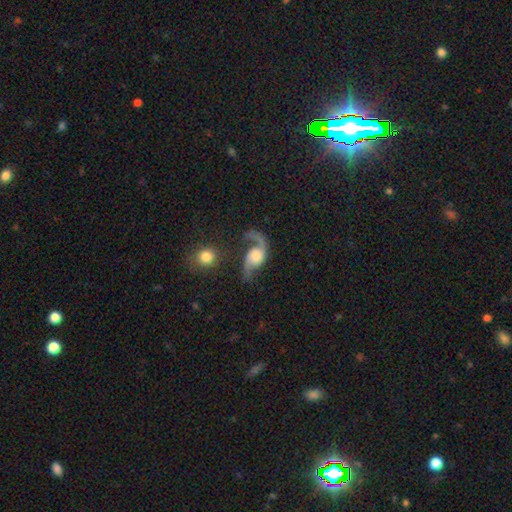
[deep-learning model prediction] A featured or disk galaxy (85%) with no bar (67%), 2 (80%) loose (76%) spiral arms (96%) and a moderate central bulge (35%, tied with large).

Vote fractions:
- Smooth or featured? featured or disk: 85% / smooth: 9% / star or artifact: 5%
- Edge-on disk? no: 97% / yes: 3%
- Bar? no: 67% / weak: 26% / strong: 6%
- Spiral arms? yes: 96% / no: 4%
- Spiral winding? loose: 76% / medium: 20% / tight: 4%
- Spiral arm count? 2: 80% / 1: 16% / can't tell: 2% / 3: 1% / 4: 1% / more than 4: 1%
- Bulge size? moderate: 35% (tied) / large: 35% (tied) / small: 16% / none: 7% / dominant: 7%
- Merging? none: 48% / major disturbance: 26% / minor disturbance: 18% / merger: 7%